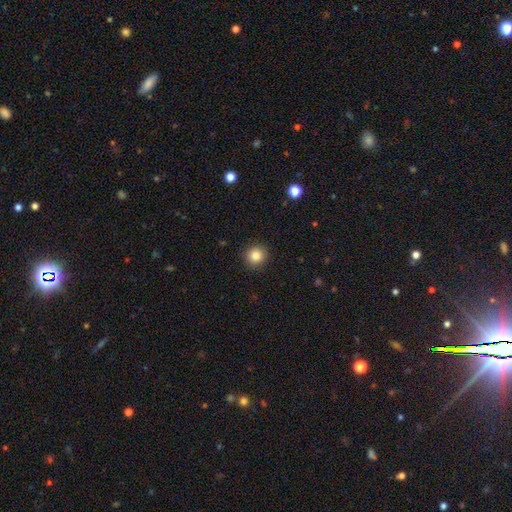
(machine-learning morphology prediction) smooth 84%, star or artifact 10%, featured or disk 6%. Down the decision tree: how rounded — round (93%); merging — none (92%).